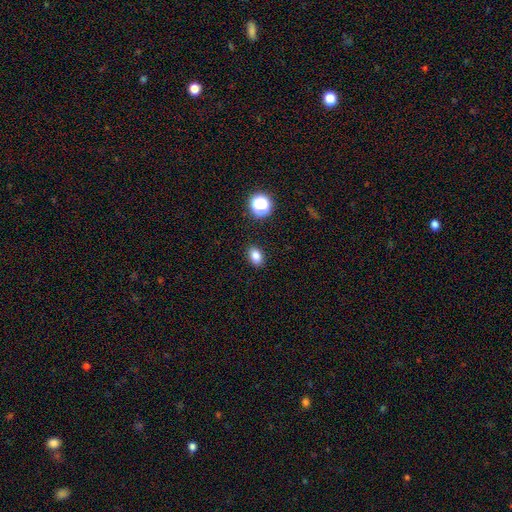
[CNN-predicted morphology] A smooth galaxy with no disk features (82%) that is in between round and cigar-shaped (77%). Merging: none (88%).